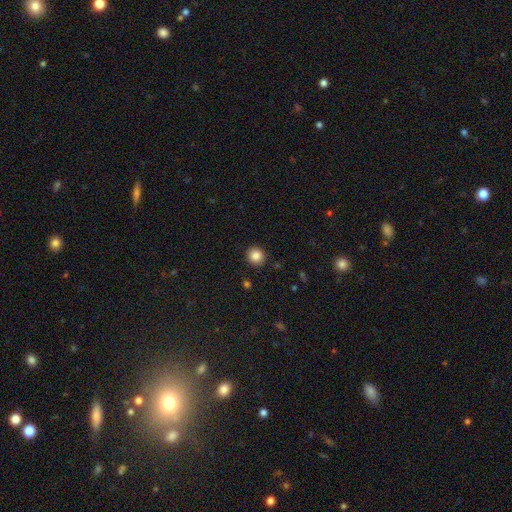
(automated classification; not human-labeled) A smooth galaxy with no disk features (85%) that is round (92%). Merging: none (92%).